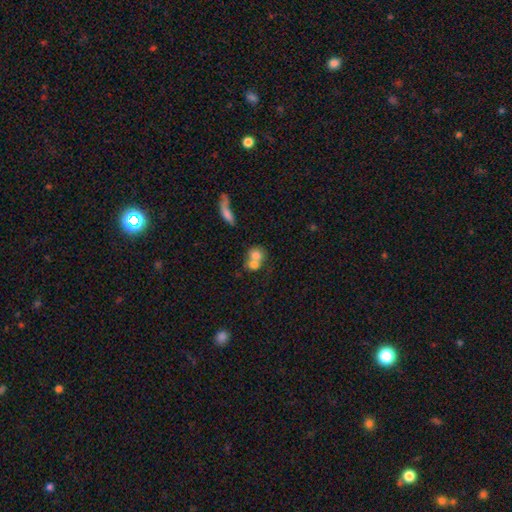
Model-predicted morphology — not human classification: smooth-or-featured: smooth: 72% | featured or disk: 18% | star or artifact: 9%
  how-rounded: round: 65% | in between: 33% | cigar-shaped: 2%
  merging: merger: 65% | none: 23% | minor disturbance: 7% | major disturbance: 5%